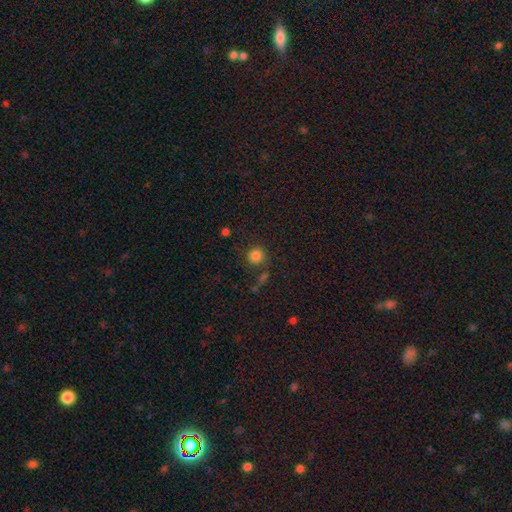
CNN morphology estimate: A smooth galaxy with no disk features (81%) that is round (91%).

Vote fractions:
- Smooth or featured? smooth: 81% / star or artifact: 13% / featured or disk: 6%
- How rounded? round: 91% / in between: 8% / cigar-shaped: 1%
- Merging? none: 74% / minor disturbance: 11% / merger: 9% / major disturbance: 6%